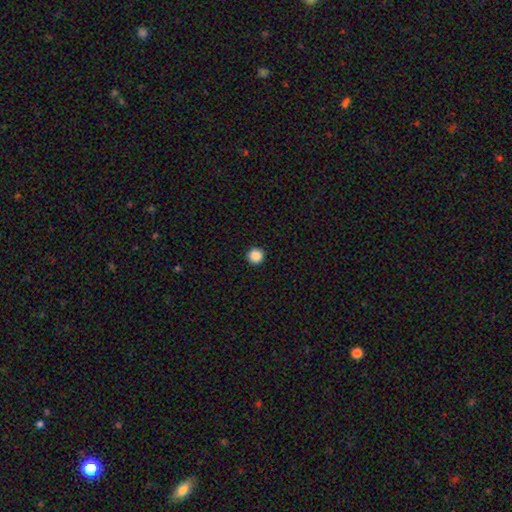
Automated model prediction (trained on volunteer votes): This appears to be a smooth galaxy with no disk features (88%) that is round (96%). Merging: none (93%).